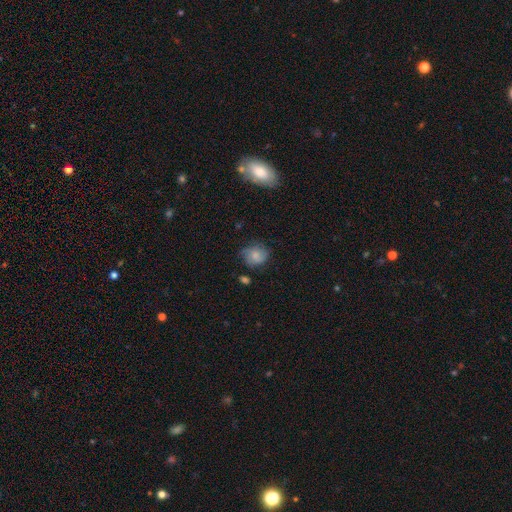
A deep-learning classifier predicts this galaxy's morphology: Smooth or featured: smooth — 69% (featured or disk — 21%)
How rounded: round — 71% (in between — 28%)
Merging: none — 61% (minor disturbance — 27%)